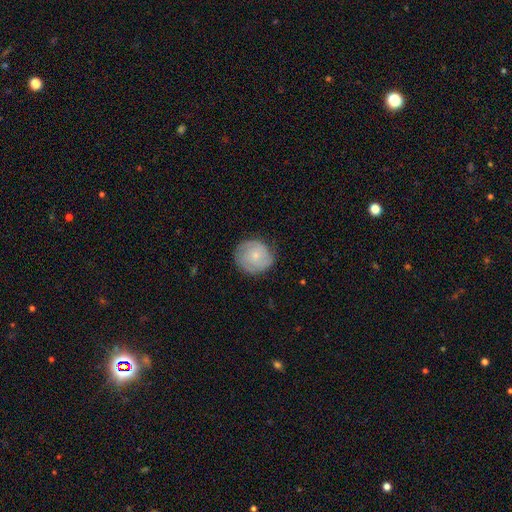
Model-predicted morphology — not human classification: A smooth galaxy with no disk features (52%) that is round (86%).

Vote fractions:
- Smooth or featured? smooth: 52% / featured or disk: 41% / star or artifact: 7%
- How rounded? round: 86% / in between: 13% / cigar-shaped: 1%
- Merging? none: 76% / minor disturbance: 19% / major disturbance: 4% / merger: 1%